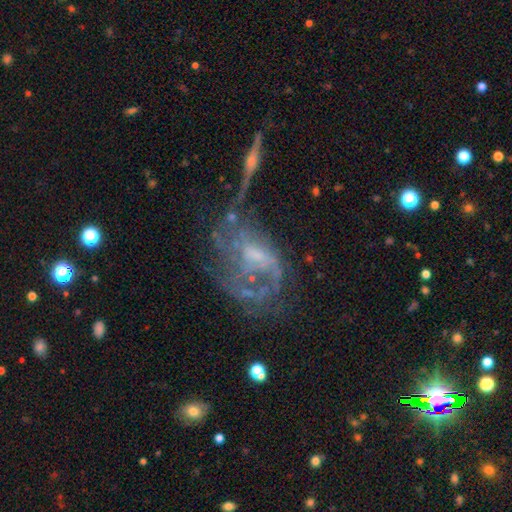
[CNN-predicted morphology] This appears to be a featured or disk galaxy (75%) with no bar (50%), spiral arms (67%) and a small central bulge (38%). Merging: major disturbance (38%).